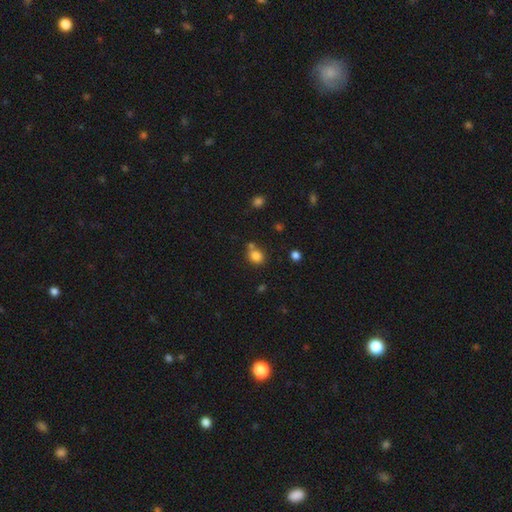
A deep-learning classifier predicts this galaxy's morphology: A smooth galaxy with no disk features (82%) that is round (68%). Merging: none (59%).